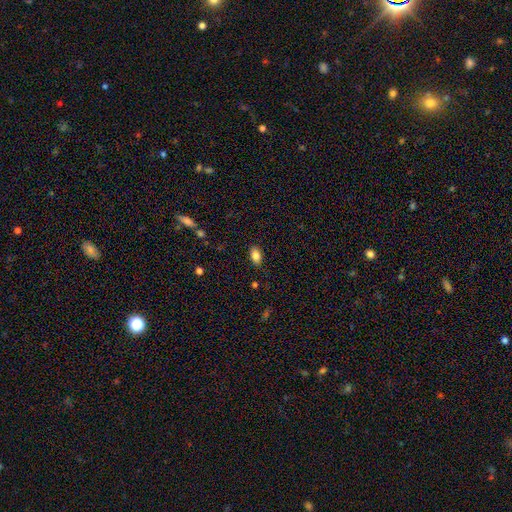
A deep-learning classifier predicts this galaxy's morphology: A smooth galaxy with no disk features (85%) that is in between round and cigar-shaped (90%).

Vote fractions:
- Smooth or featured? smooth: 85% / star or artifact: 9% / featured or disk: 7%
- How rounded? in between: 90% / round: 8% / cigar-shaped: 3%
- Merging? none: 84% / minor disturbance: 12% / major disturbance: 3% / merger: 1%